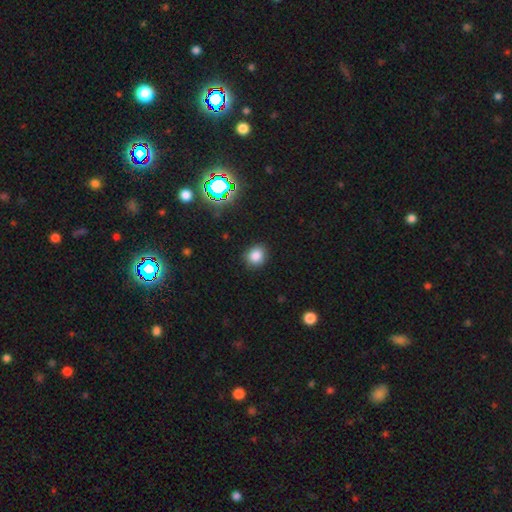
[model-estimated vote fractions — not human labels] Smooth or featured?
  - smooth: 83% *
  - star or artifact: 13%
  - featured or disk: 5%
How rounded?
  - round: 77% *
  - in between: 22%
  - cigar-shaped: 1%
Merging?
  - none: 87% *
  - minor disturbance: 9%
  - major disturbance: 2%
  - merger: 1%